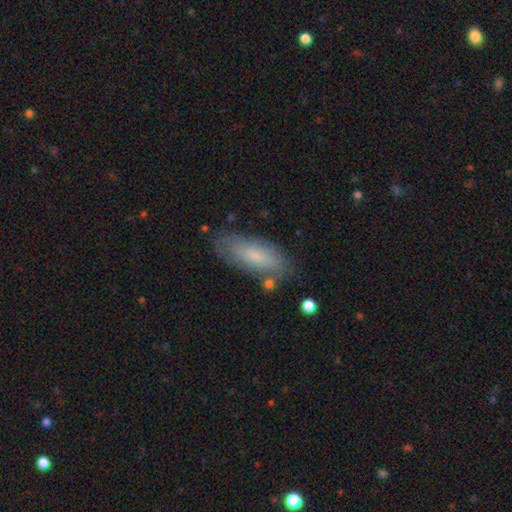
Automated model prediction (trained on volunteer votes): This is likely a smooth galaxy (72%). How rounded: likely in between (73%). Merging: likely none (74%).